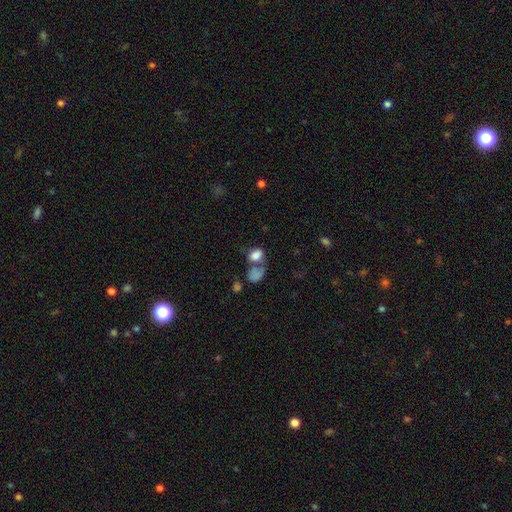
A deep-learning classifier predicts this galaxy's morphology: Smooth or featured: smooth — 79% (star or artifact — 11%)
How rounded: in between — 60% (round — 39%)
Merging: merger — 40% (none — 36%)